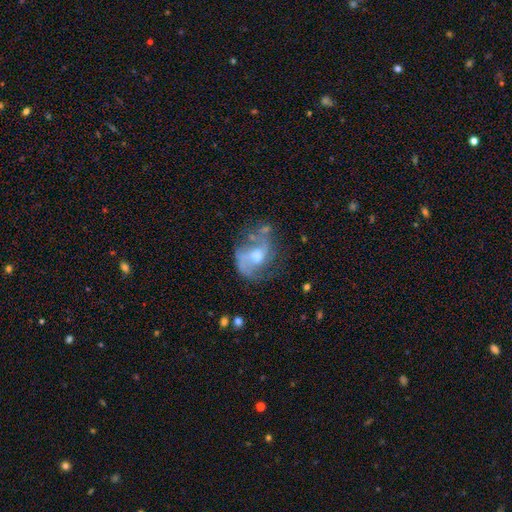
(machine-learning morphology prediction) Smooth or featured? featured or disk (76%)
Edge-on disk? no (97%)
Bar? no (54%)
Spiral arms? yes (82%)
Spiral winding? medium (43%)
Spiral arm count? 2 (71%)
Bulge size? moderate (63%)
Merging? none (48%)